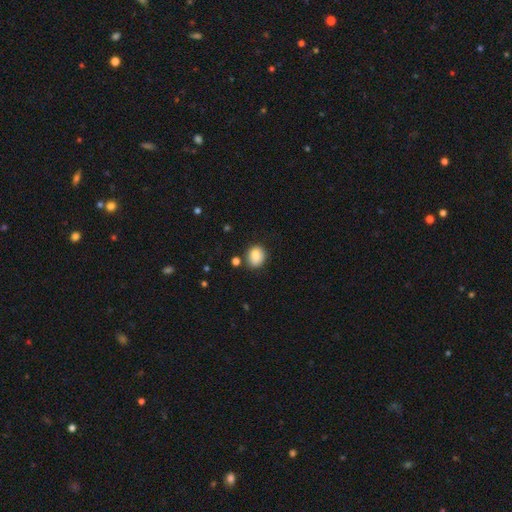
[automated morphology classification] Smooth or featured? smooth (84%)
How rounded? round (63%)
Merging? none (73%)